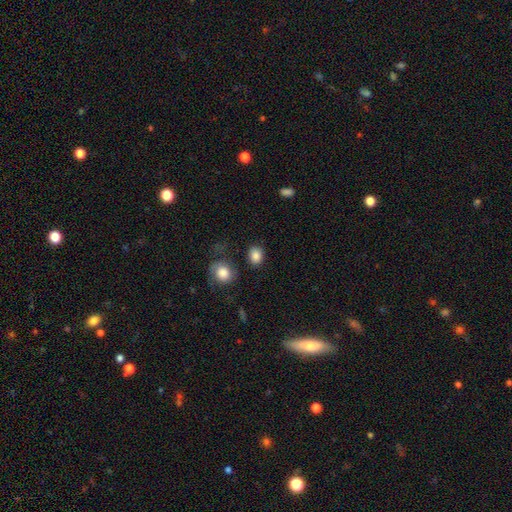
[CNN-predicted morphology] Q: Smooth or featured?
A: smooth (86%); runner-up: star or artifact (9%)
Q: How rounded?
A: in between (51%); runner-up: round (48%)
Q: Merging?
A: none (80%); runner-up: minor disturbance (11%)